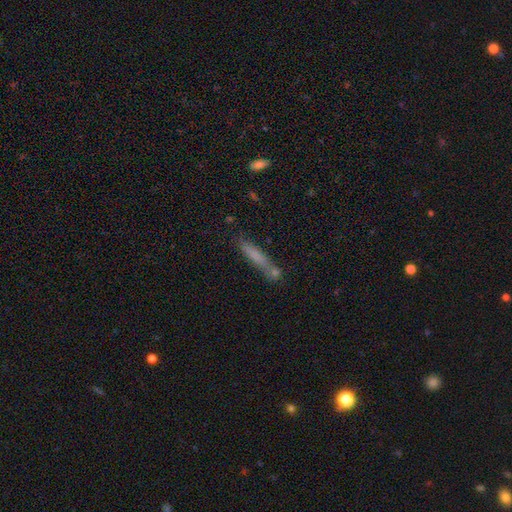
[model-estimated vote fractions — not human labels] smooth 65%, featured or disk 25%, star or artifact 10%. Down the decision tree: how rounded — cigar-shaped (91%); merging — none (65%).